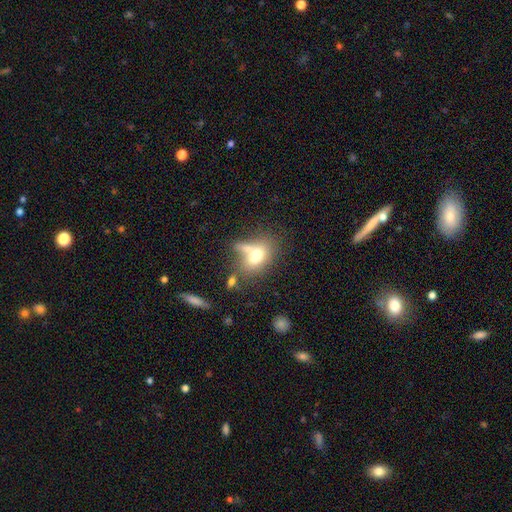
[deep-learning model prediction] This appears to be a smooth galaxy with no disk features (70%) that is in between round and cigar-shaped (75%). Merging: none (41%).